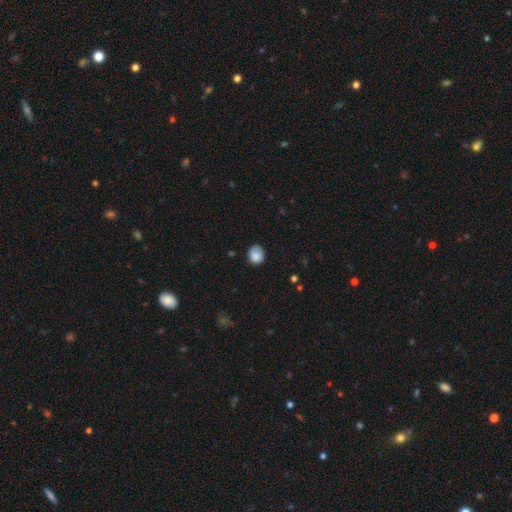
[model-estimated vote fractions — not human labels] Smooth or featured? Predicted: smooth (p=0.86). How rounded? Predicted: round (p=0.67). Merging? Predicted: none (p=0.71).